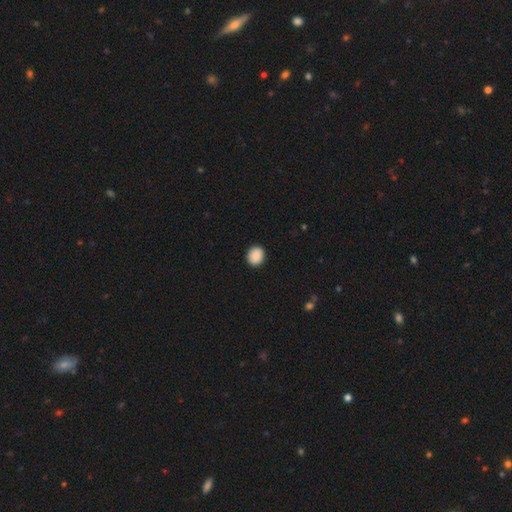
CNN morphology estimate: Smooth or featured?
  - smooth: 90% *
  - star or artifact: 8%
  - featured or disk: 3%
How rounded?
  - round: 77% *
  - in between: 22%
  - cigar-shaped: 1%
Merging?
  - none: 91% *
  - minor disturbance: 6%
  - major disturbance: 2%
  - merger: 1%